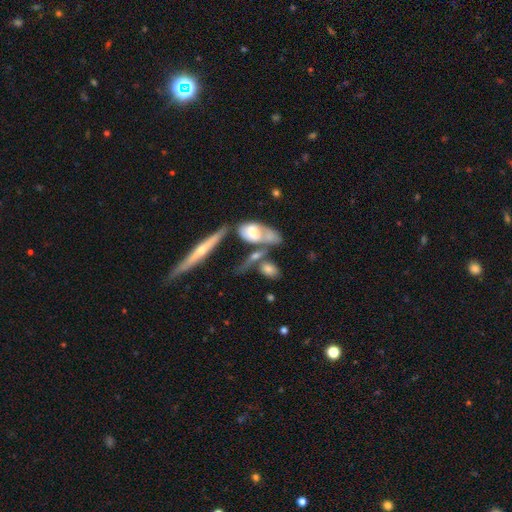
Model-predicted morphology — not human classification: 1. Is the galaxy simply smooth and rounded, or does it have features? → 46% featured or disk, 45% smooth, 9% star or artifact.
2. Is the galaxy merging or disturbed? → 35% none, 34% merger, 18% minor disturbance, 13% major disturbance.